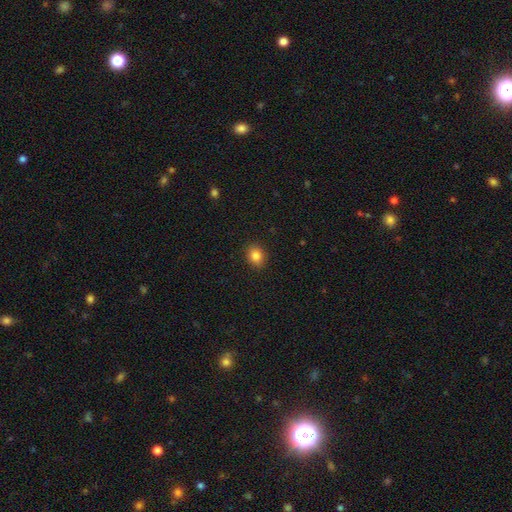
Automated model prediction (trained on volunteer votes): Overall: smooth (84%). How rounded: round (58%; in between 41%). Merging: none (90%).